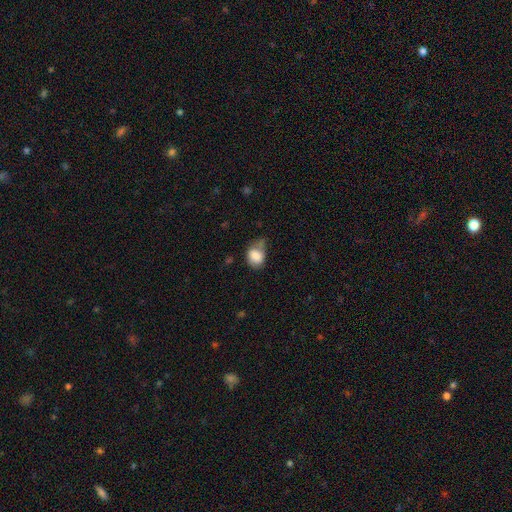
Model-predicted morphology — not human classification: Smooth or featured?
  - smooth: 82% *
  - featured or disk: 9%
  - star or artifact: 8%
How rounded?
  - in between: 55% *
  - round: 44%
  - cigar-shaped: 1%
Merging?
  - minor disturbance: 37% *
  - none: 36%
  - major disturbance: 16%
  - merger: 11%